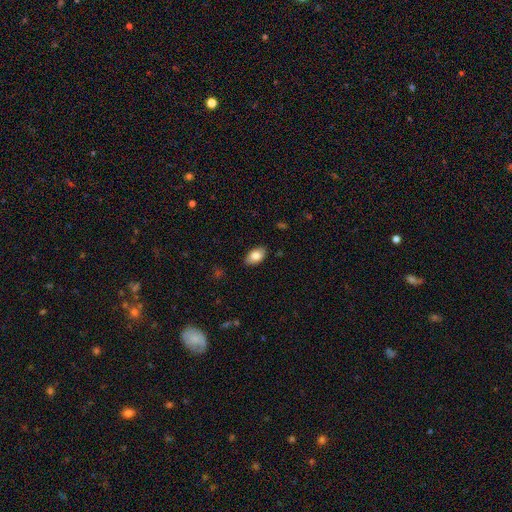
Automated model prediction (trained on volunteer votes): A smooth galaxy with no disk features (83%) that is in between round and cigar-shaped (93%). Merging: none (86%).